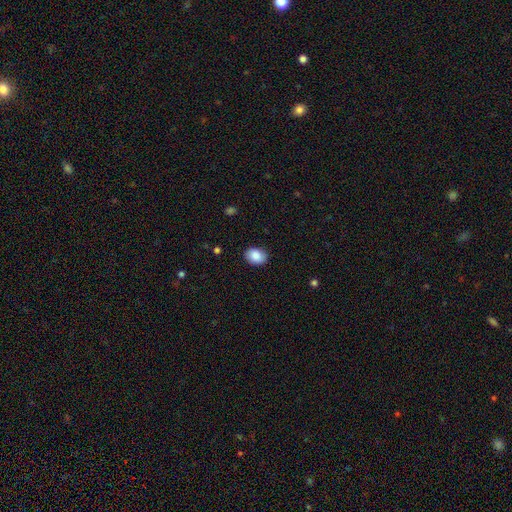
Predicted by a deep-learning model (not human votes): Q: Smooth or featured?
A: smooth (88%); runner-up: star or artifact (7%)
Q: How rounded?
A: in between (71%); runner-up: round (28%)
Q: Merging?
A: none (87%); runner-up: minor disturbance (10%)